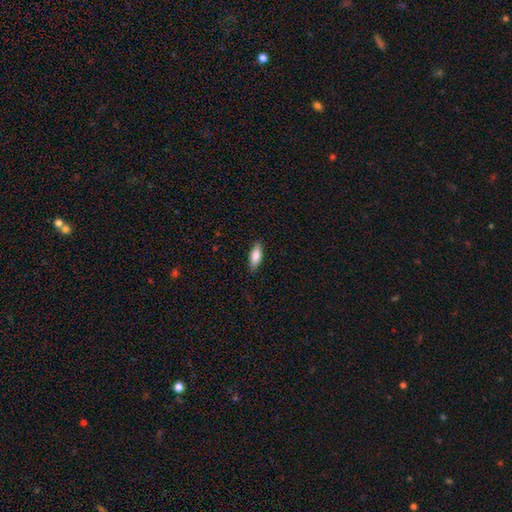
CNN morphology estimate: Smooth or featured? Predicted: smooth (p=0.81). How rounded? Predicted: in between (p=0.71). Merging? Predicted: none (p=0.84).